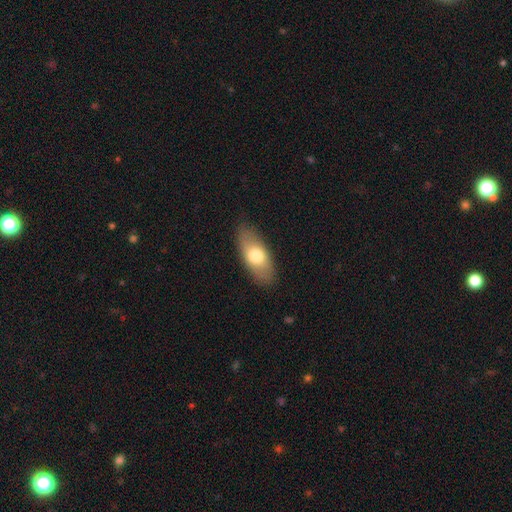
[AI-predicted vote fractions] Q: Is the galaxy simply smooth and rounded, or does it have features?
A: smooth — 71%.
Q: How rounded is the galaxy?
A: in between — 85%.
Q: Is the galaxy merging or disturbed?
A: none — 84%.